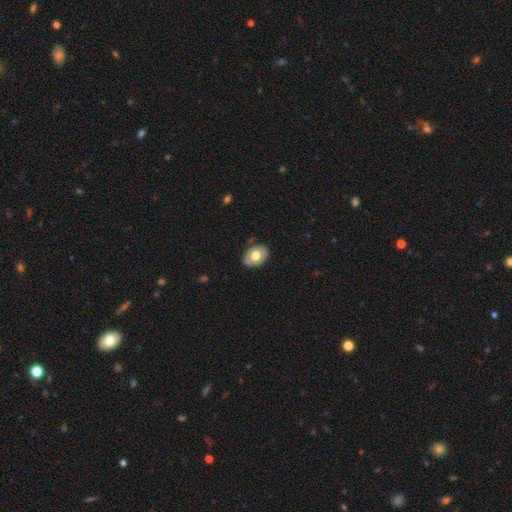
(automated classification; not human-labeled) smooth-or-featured: smooth: 56% | featured or disk: 37% | star or artifact: 6%
  how-rounded: in between: 69% | round: 30% | cigar-shaped: 1%
  merging: none: 80% | minor disturbance: 15% | major disturbance: 3% | merger: 1%